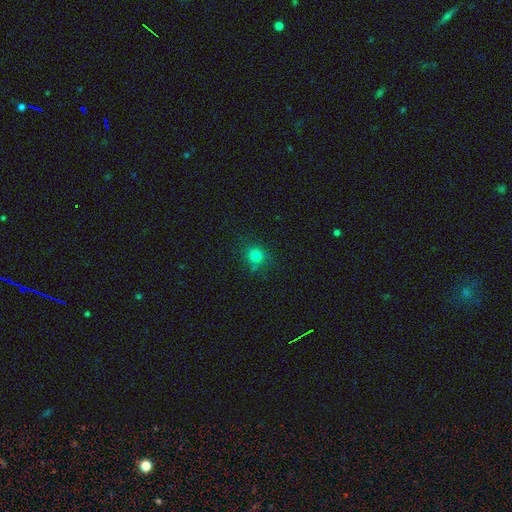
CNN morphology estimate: This is likely a smooth galaxy (79%). How rounded: clearly round (85%). Merging: likely none (80%).